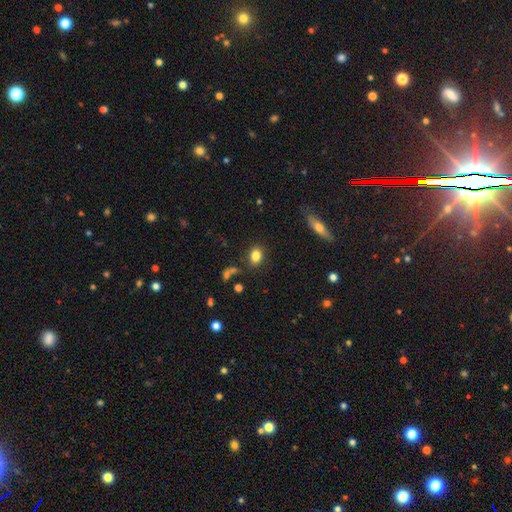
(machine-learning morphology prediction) The model was most divided on "how rounded": in between: 66%, round: 32%, cigar-shaped: 2%. More confident: smooth or featured — smooth (83%); merging — none (82%).